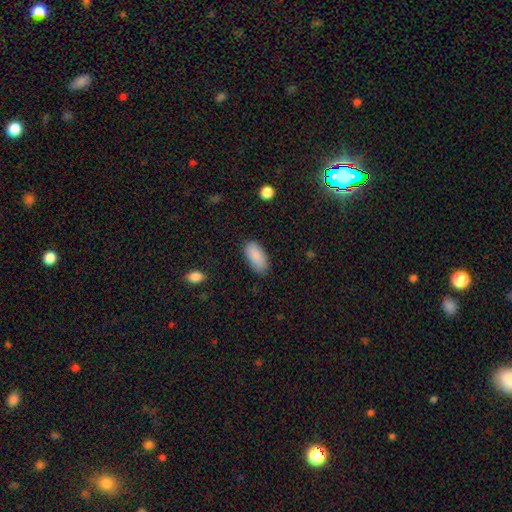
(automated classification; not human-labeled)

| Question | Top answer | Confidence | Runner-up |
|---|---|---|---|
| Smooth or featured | smooth | 89% | star or artifact (6%) |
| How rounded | in between | 92% | cigar-shaped (6%) |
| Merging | none | 82% | minor disturbance (14%) |